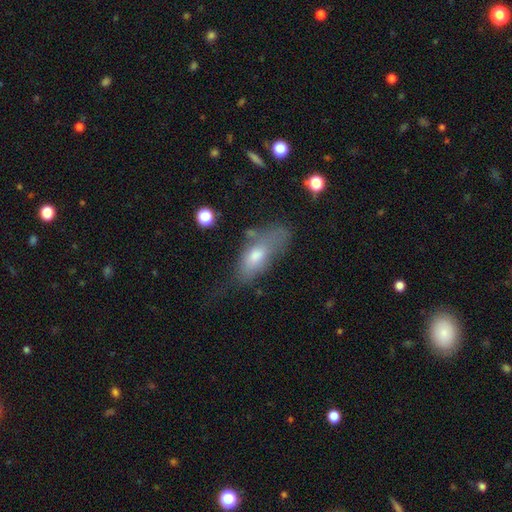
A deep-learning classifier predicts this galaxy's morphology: The model was most divided on "merging": none: 36%, minor disturbance: 31%, major disturbance: 28%, merger: 6%. More confident: how rounded — in between (79%); smooth or featured — smooth (66%).